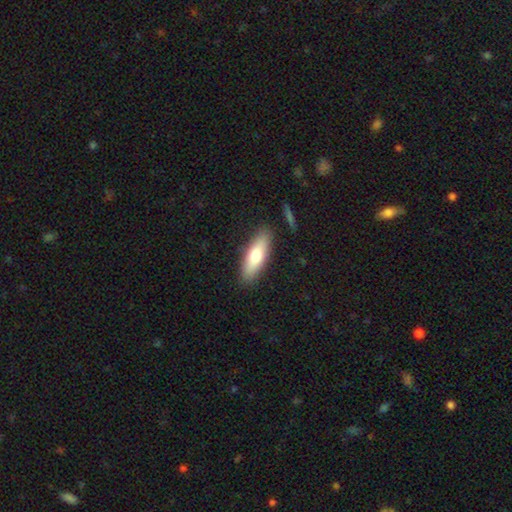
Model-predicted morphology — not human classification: smooth-or-featured: smooth: 72% | featured or disk: 23% | star or artifact: 6%
  how-rounded: in between: 55% | cigar-shaped: 43% | round: 2%
  merging: none: 87% | minor disturbance: 9% | major disturbance: 2% | merger: 2%